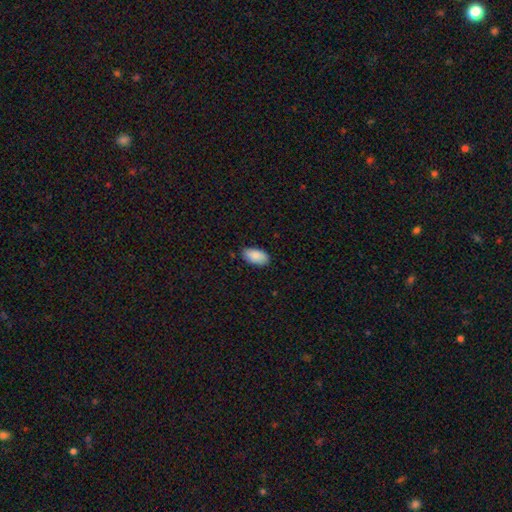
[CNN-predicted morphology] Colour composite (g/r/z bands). It shows a smooth galaxy with no disk features (89%) that is in between round and cigar-shaped (95%). Merging: none (84%).